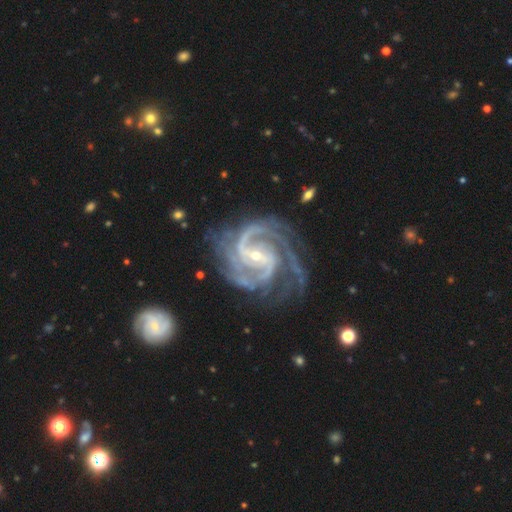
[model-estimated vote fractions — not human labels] Smooth or featured? featured or disk (94%)
Edge-on disk? no (98%)
Bar? weak (40%)
Spiral arms? yes (99%)
Spiral winding? tight (47%)
Spiral arm count? 2 (42%)
Bulge size? small (75%)
Merging? none (64%)